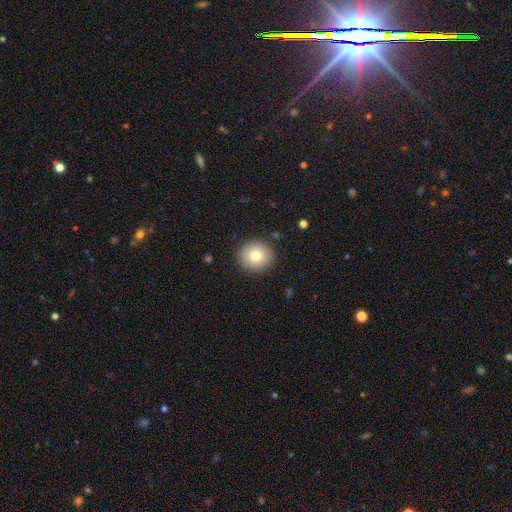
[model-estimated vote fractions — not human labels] Smooth or featured: smooth — 78% (featured or disk — 12%)
How rounded: round — 86% (in between — 13%)
Merging: none — 90% (minor disturbance — 7%)